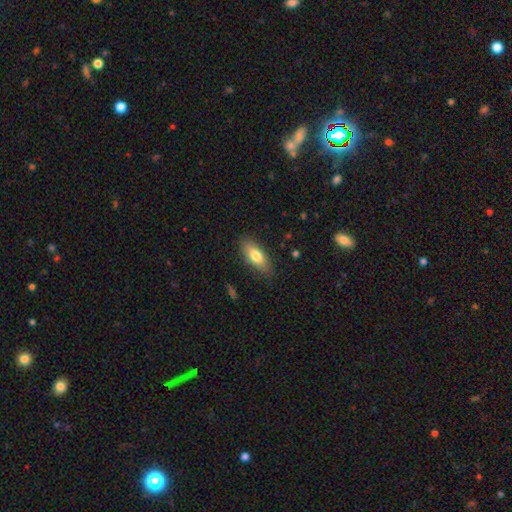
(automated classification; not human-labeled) Overall: smooth (76%). How rounded: in between (78%). Merging: none (83%).